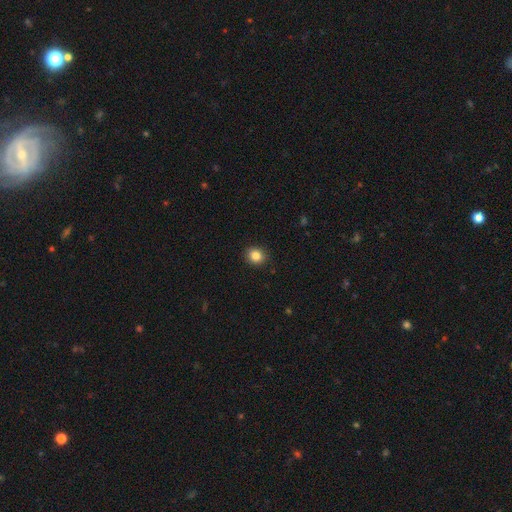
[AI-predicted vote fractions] Overall: smooth (85%). How rounded: round (74%). Merging: none (91%).